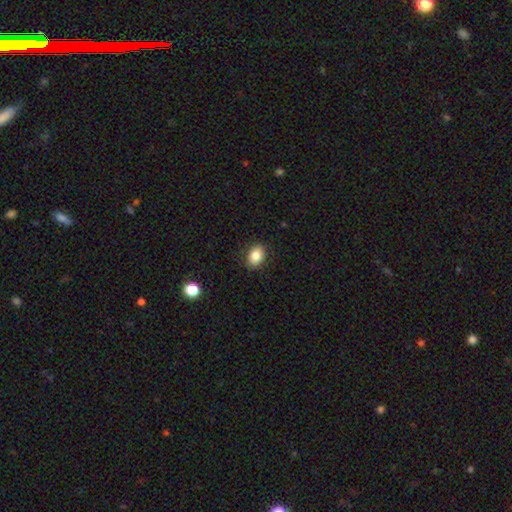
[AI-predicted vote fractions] Overall: smooth (84%). How rounded: in between (73%). Merging: none (88%).